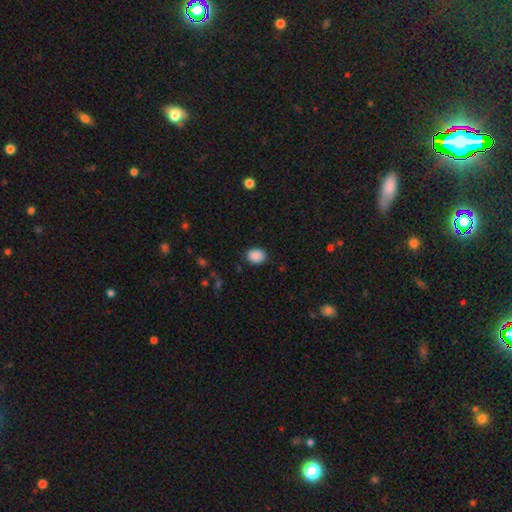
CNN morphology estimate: type=smooth (89%); roundness=in between (60%); merging=none (86%).